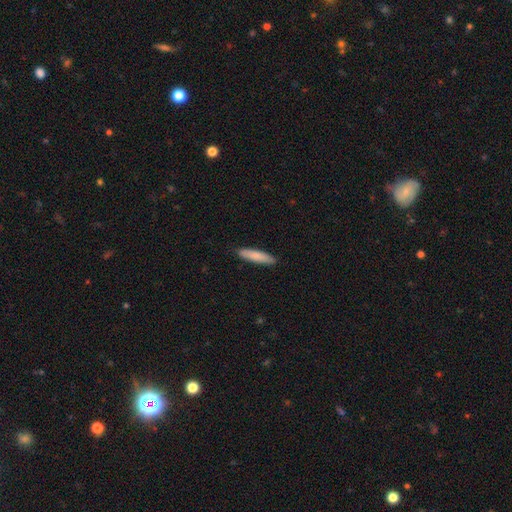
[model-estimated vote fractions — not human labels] This appears to be a smooth galaxy with no disk features (82%) that is cigar-shaped (81%). Merging: none (89%).